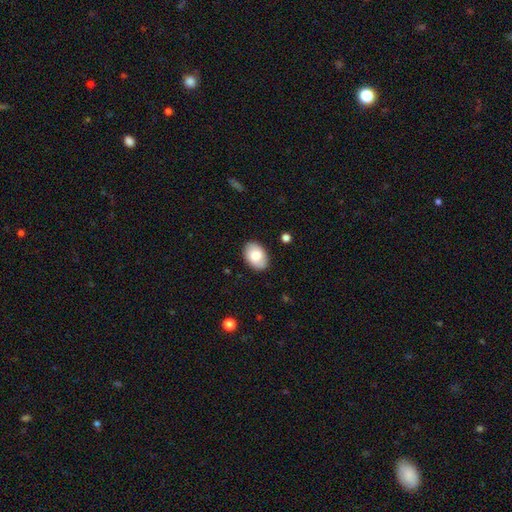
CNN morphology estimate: type=smooth (79%); roundness=in between (87%); merging=none (86%).